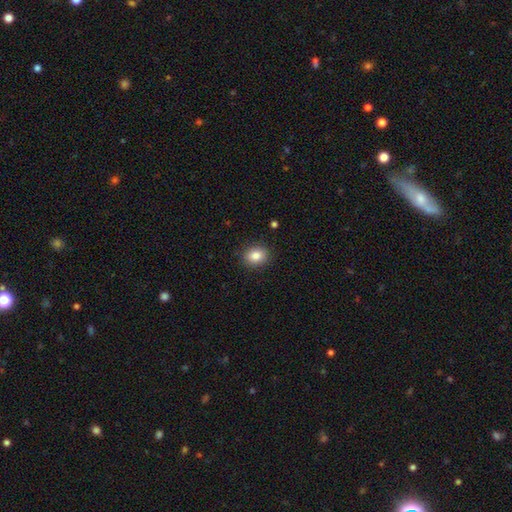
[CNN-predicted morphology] A smooth galaxy with no disk features (85%) that is round (57%). Merging: none (89%).